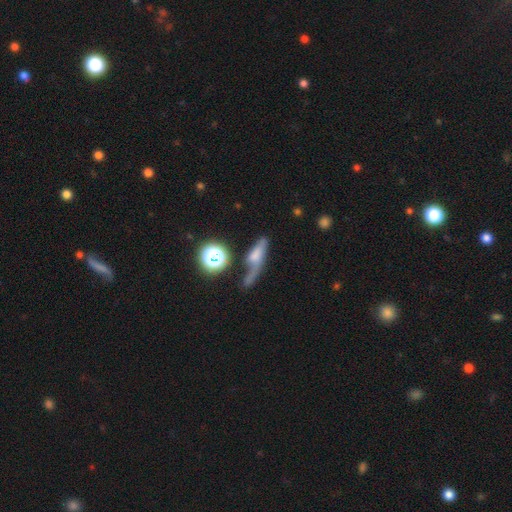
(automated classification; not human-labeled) Smooth or featured? Predicted: featured or disk (p=0.42). Merging? Predicted: none (p=0.42).